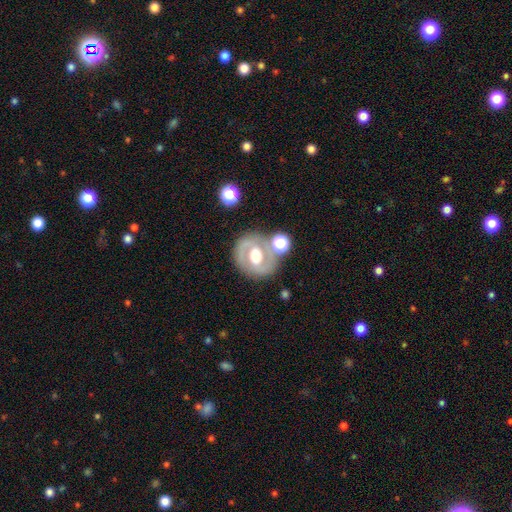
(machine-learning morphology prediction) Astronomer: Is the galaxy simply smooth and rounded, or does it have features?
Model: featured or disk — 65%.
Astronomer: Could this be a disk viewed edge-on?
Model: no — 96%.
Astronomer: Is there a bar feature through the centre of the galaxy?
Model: no — 46% (runner-up: weak, 34%).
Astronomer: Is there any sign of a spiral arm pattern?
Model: no — 55% (runner-up: yes, 45%).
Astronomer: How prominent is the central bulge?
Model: moderate — 59%.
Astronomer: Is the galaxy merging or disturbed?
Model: none — 70%.